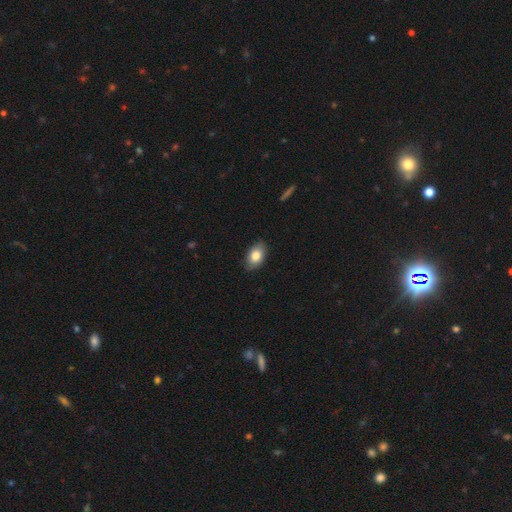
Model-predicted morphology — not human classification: smooth_or_featured: smooth (p=0.82) [alt: featured or disk p=0.11]
how_rounded: in between (p=0.91) [alt: round p=0.07]
merging: none (p=0.86) [alt: minor disturbance p=0.11]